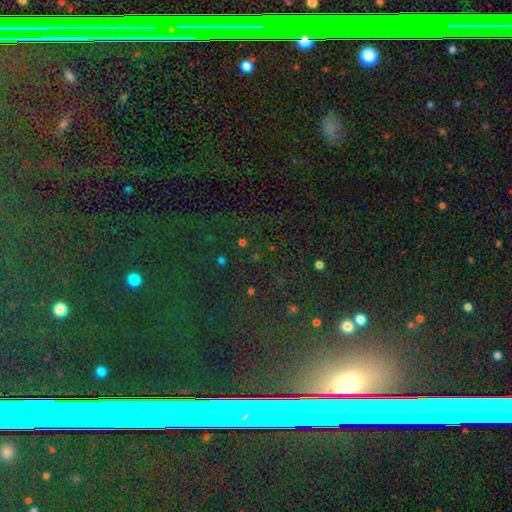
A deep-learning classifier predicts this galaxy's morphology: Smooth or featured? Predicted: star or artifact (p=0.83).